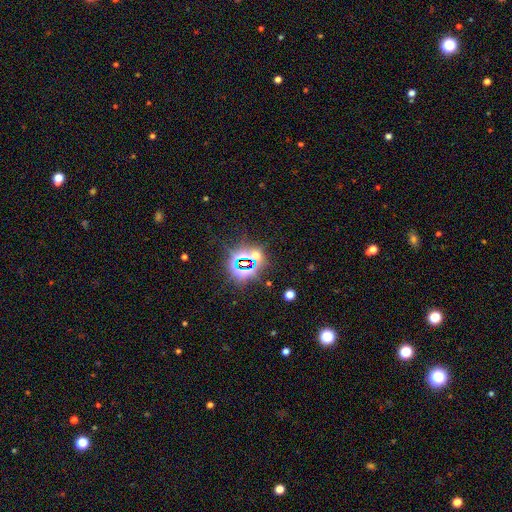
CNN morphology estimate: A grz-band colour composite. It shows a star or artifact, not a galaxy (74%).